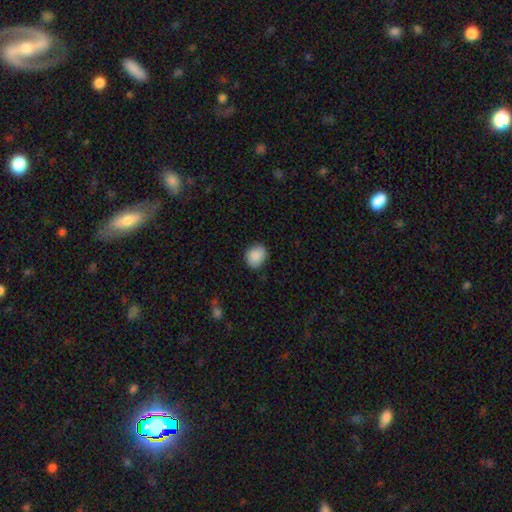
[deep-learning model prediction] smooth 89%, star or artifact 7%, featured or disk 4%. Down the decision tree: how rounded — round (58%); merging — none (81%).